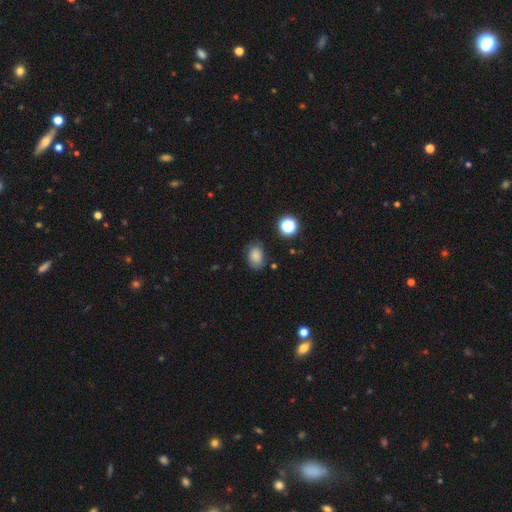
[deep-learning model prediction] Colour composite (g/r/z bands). It shows a smooth galaxy with no disk features (81%) that is in between round and cigar-shaped (78%). Merging: none (75%).